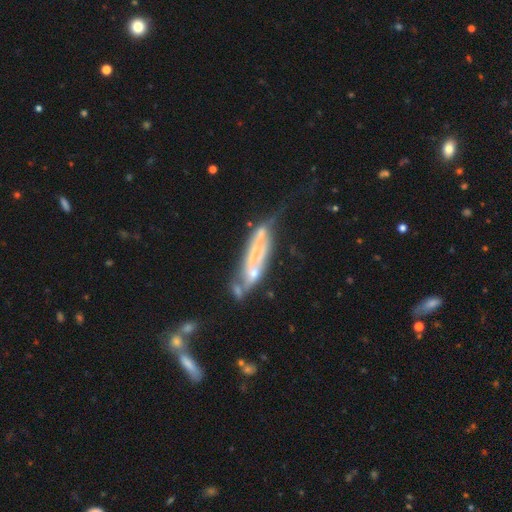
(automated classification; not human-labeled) Smooth or featured: featured or disk — 60% (smooth — 29%)
Edge-on disk: no — 65% (yes — 35%)
Merging: none — 30% (major disturbance — 25%)